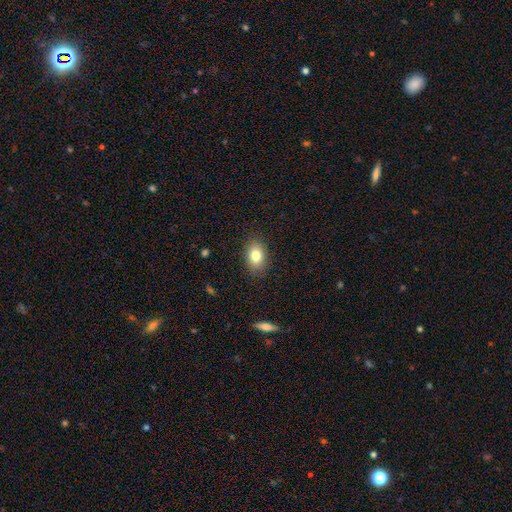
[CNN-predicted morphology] This appears to be a smooth galaxy with no disk features (81%) that is in between round and cigar-shaped (82%). Merging: none (86%).